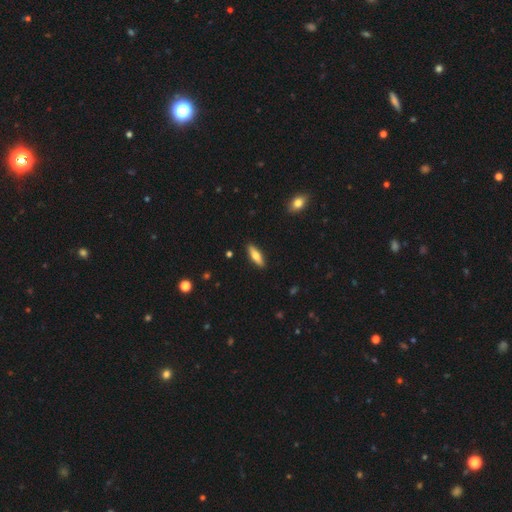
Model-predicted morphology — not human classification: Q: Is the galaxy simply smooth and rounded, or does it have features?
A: smooth — 65%.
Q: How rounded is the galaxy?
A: cigar-shaped — 56%.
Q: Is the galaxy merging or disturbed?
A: none — 90%.